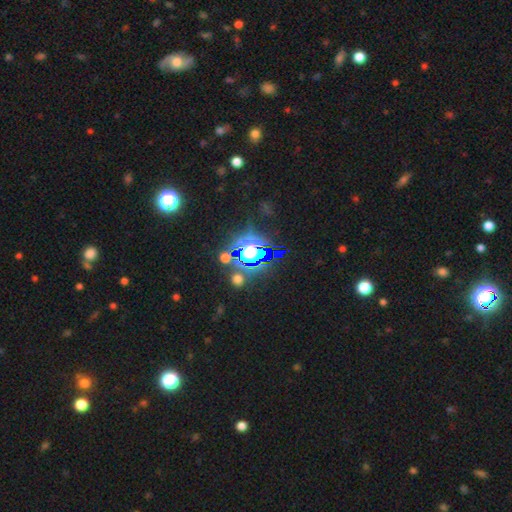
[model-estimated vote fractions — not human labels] smooth_or_featured: star or artifact (p=0.72) [alt: smooth p=0.19]